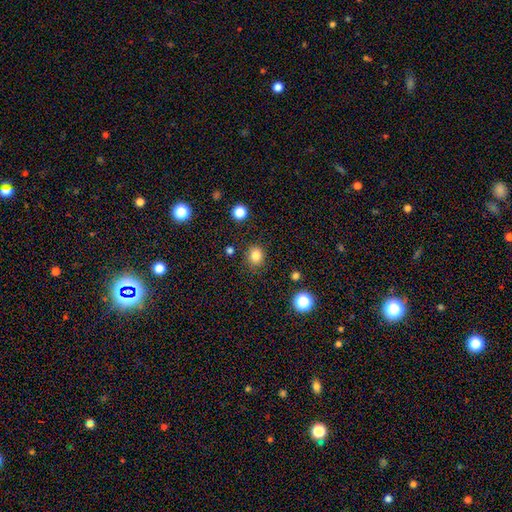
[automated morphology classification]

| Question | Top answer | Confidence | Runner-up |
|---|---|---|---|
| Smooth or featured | smooth | 83% | star or artifact (13%) |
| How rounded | round | 76% | in between (24%) |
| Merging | none | 85% | minor disturbance (10%) |